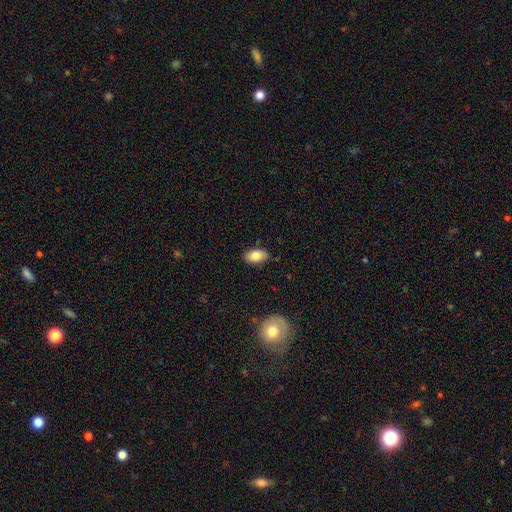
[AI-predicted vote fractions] A smooth galaxy with no disk features (83%) that is in between round and cigar-shaped (92%). Merging: none (86%).